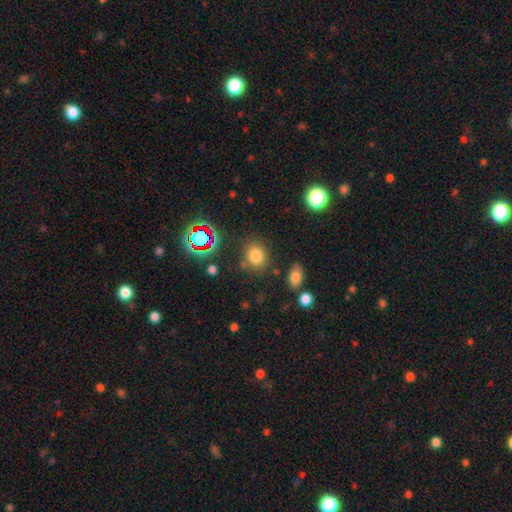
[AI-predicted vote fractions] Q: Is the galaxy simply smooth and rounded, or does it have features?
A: smooth — 76%.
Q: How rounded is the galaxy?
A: round — 60%.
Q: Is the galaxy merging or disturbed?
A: none — 79%.